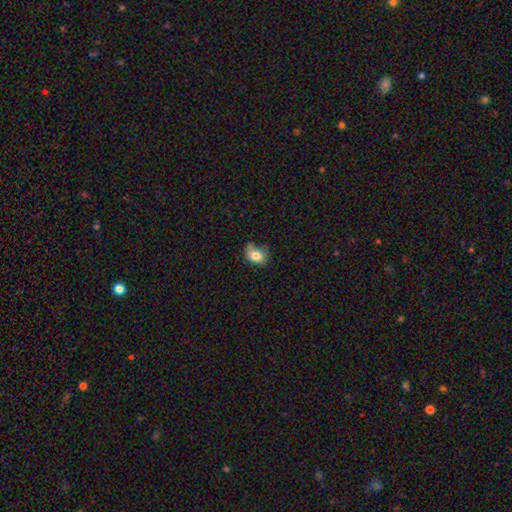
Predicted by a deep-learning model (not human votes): Q: Smooth or featured?
A: smooth (82%); runner-up: featured or disk (9%)
Q: How rounded?
A: in between (77%); runner-up: round (21%)
Q: Merging?
A: none (53%); runner-up: minor disturbance (30%)